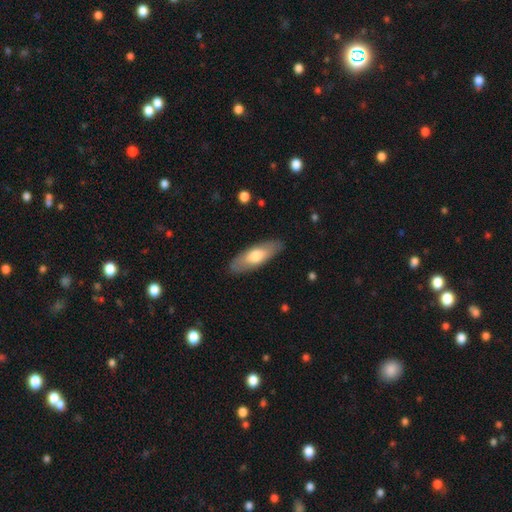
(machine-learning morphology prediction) A smooth galaxy with no disk features (65%) that is in between round and cigar-shaped (67%). Merging: none (87%).